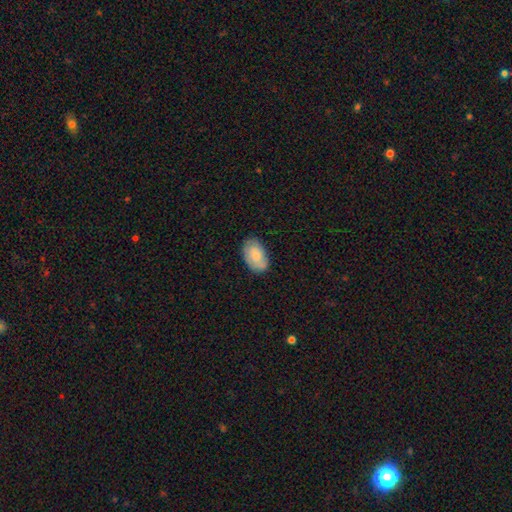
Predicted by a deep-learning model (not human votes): A smooth galaxy with no disk features (70%) that is in between round and cigar-shaped (92%).

Vote fractions:
- Smooth or featured? smooth: 70% / featured or disk: 23% / star or artifact: 7%
- How rounded? in between: 92% / round: 6% / cigar-shaped: 1%
- Merging? none: 75% / minor disturbance: 19% / major disturbance: 4% / merger: 1%